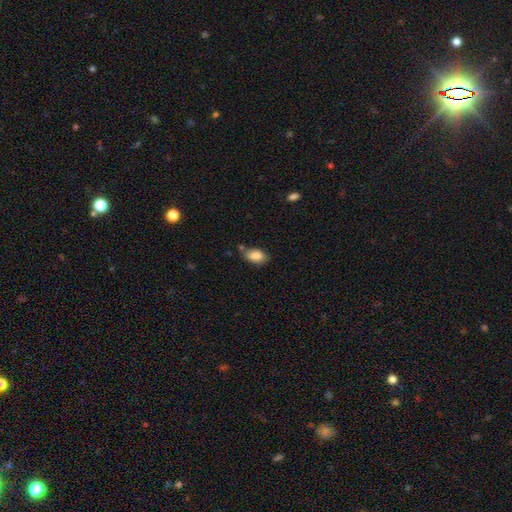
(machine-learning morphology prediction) Smooth or featured? smooth (86%)
How rounded? in between (92%)
Merging? none (69%)